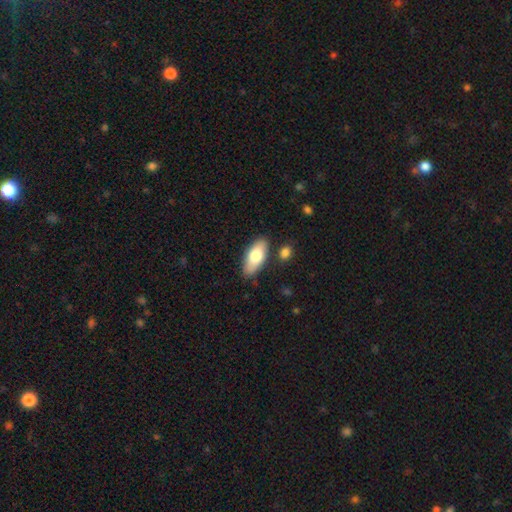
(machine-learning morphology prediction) type=smooth (74%); roundness=in between (85%); merging=none (83%).